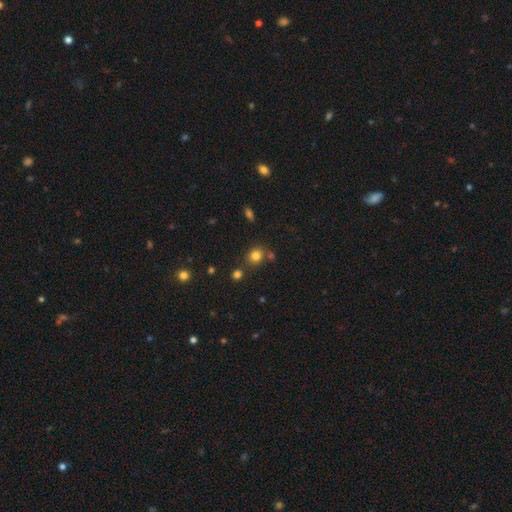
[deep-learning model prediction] Smooth or featured? Predicted: smooth (p=0.80). How rounded? Predicted: round (p=0.81). Merging? Predicted: none (p=0.73).